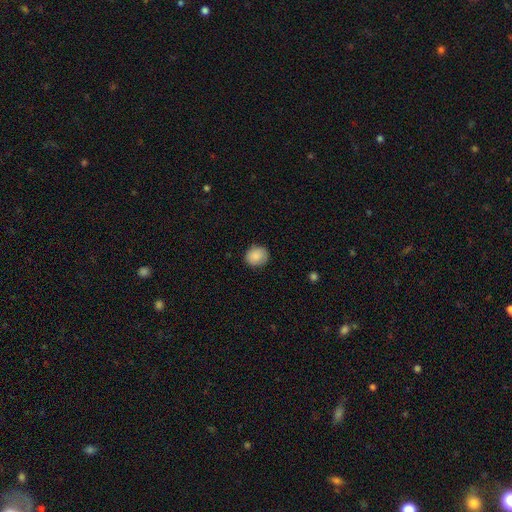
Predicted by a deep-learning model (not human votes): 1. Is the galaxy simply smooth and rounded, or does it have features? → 88% smooth, 7% star or artifact, 4% featured or disk.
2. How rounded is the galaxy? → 78% round, 21% in between, 1% cigar-shaped.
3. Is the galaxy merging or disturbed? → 85% none, 12% minor disturbance, 2% major disturbance, 1% merger.